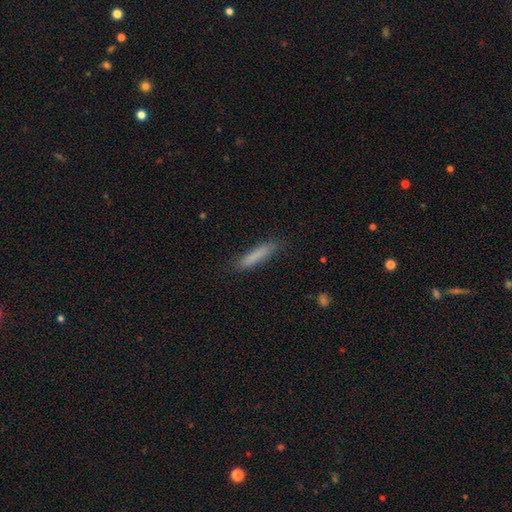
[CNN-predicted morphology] type=smooth (81%); roundness=cigar-shaped (86%); merging=none (83%).